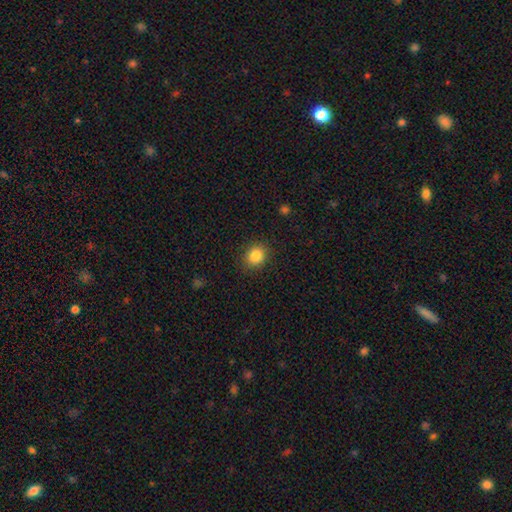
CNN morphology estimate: The model was most divided on "how rounded": round: 73%, in between: 26%, cigar-shaped: 1%. More confident: merging — none (88%); smooth or featured — smooth (85%).